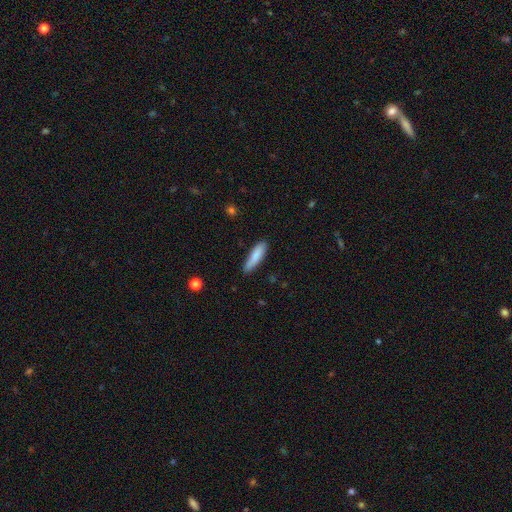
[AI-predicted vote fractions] smooth-or-featured: smooth: 84% | featured or disk: 10% | star or artifact: 6%
  how-rounded: cigar-shaped: 69% | in between: 30% | round: 2%
  merging: none: 78% | minor disturbance: 17% | major disturbance: 3% | merger: 2%